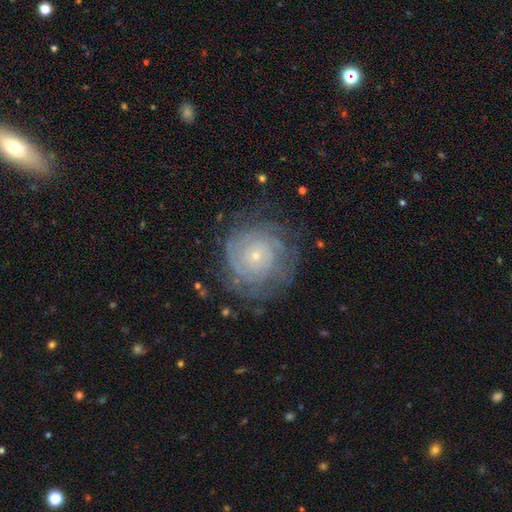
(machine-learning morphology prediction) Q: Smooth or featured?
A: featured or disk (79%); runner-up: smooth (13%)
Q: Edge-on disk?
A: no (97%); runner-up: yes (3%)
Q: Bar?
A: no (82%); runner-up: weak (15%)
Q: Spiral arms?
A: yes (94%); runner-up: no (6%)
Q: Spiral winding?
A: tight (81%); runner-up: medium (15%)
Q: Spiral arm count?
A: can't tell (40%); runner-up: 2 (15%)
Q: Bulge size?
A: small (83%); runner-up: moderate (13%)
Q: Merging?
A: none (74%); runner-up: minor disturbance (16%)